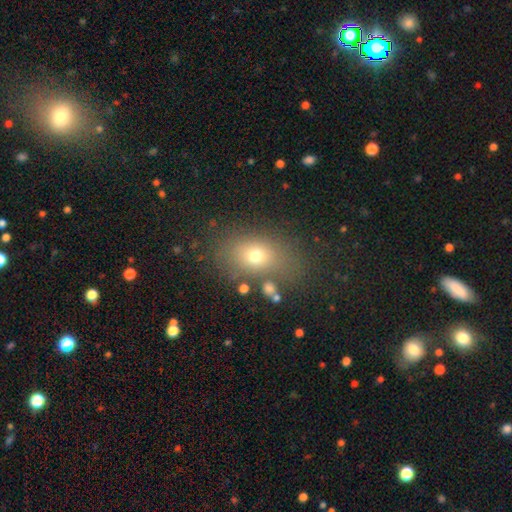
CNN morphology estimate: Q: Smooth or featured?
A: smooth (68%); runner-up: featured or disk (16%)
Q: How rounded?
A: in between (72%); runner-up: round (26%)
Q: Merging?
A: none (73%); runner-up: minor disturbance (14%)